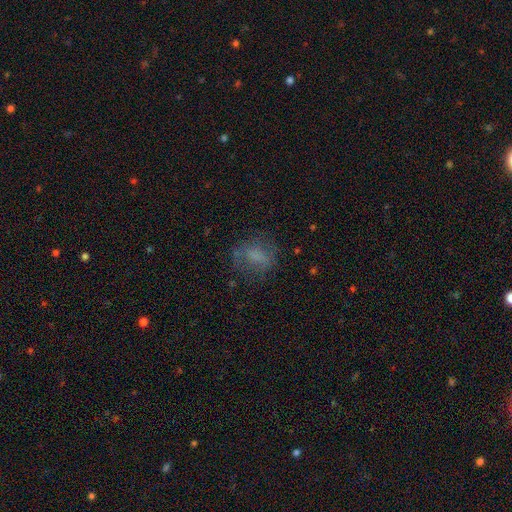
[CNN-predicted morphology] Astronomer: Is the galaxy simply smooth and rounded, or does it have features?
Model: smooth — 59%.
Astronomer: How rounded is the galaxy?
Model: in between — 56% (runner-up: round, 41%).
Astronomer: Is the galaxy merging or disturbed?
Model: none — 65%.